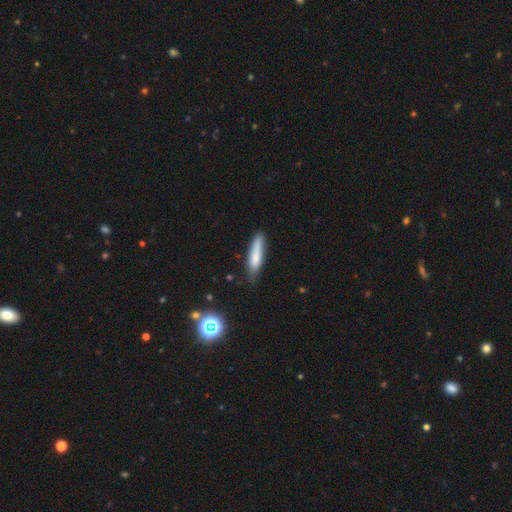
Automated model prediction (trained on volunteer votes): smooth-or-featured: smooth: 76% | featured or disk: 17% | star or artifact: 7%
  how-rounded: cigar-shaped: 78% | in between: 20% | round: 2%
  merging: none: 71% | minor disturbance: 22% | major disturbance: 4% | merger: 3%